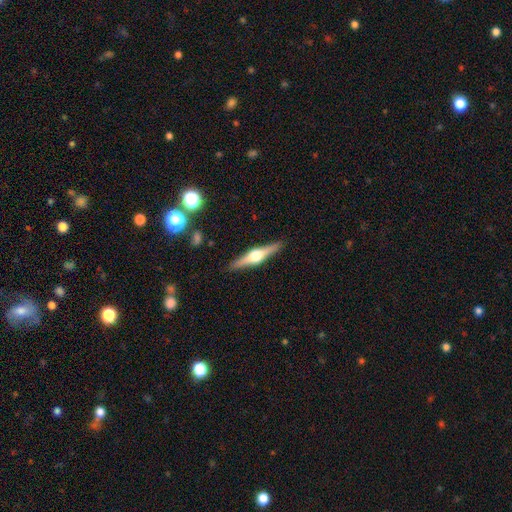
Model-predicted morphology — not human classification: Overall: featured or disk (74%). Edge-on disk: yes (98%). Edge-on bulge: rounded (95%). Merging: none (91%).